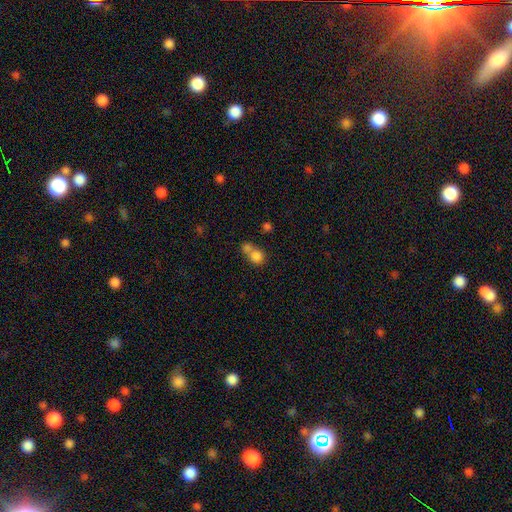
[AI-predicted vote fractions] Morphology: type=smooth (80%); roundness=round (78%); merging=merger (54%).